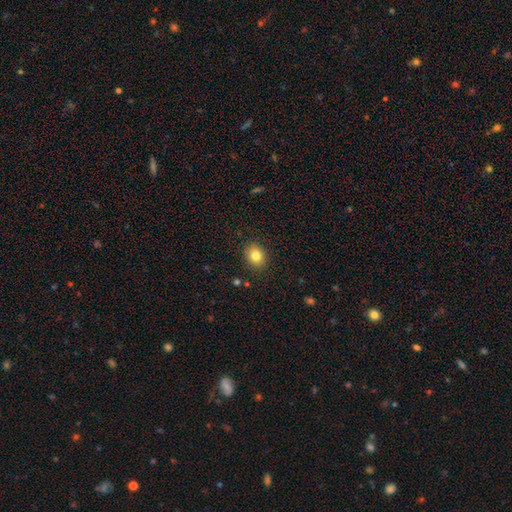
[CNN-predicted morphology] This is clearly a smooth galaxy (82%). How rounded: possibly round (60%). Merging: clearly none (89%).